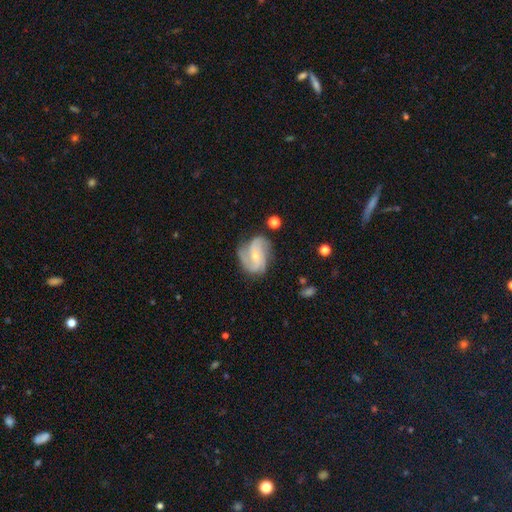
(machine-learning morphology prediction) A featured or disk galaxy (82%) with no bar (54%), 3 (38%) medium (48%) spiral arms (95%) and a small central bulge (67%). Merging: none (64%).